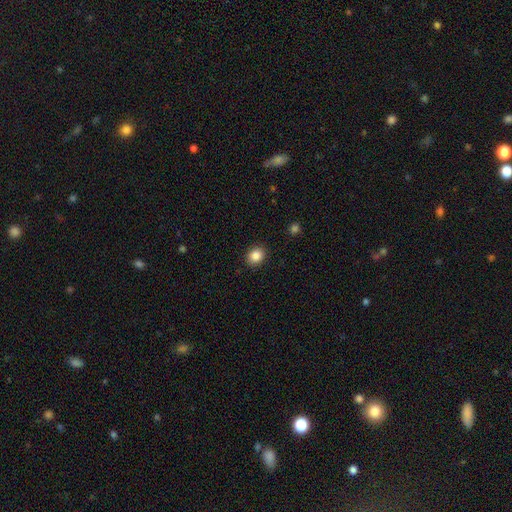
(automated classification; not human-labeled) Smooth or featured? smooth (86%)
How rounded? round (63%)
Merging? none (90%)